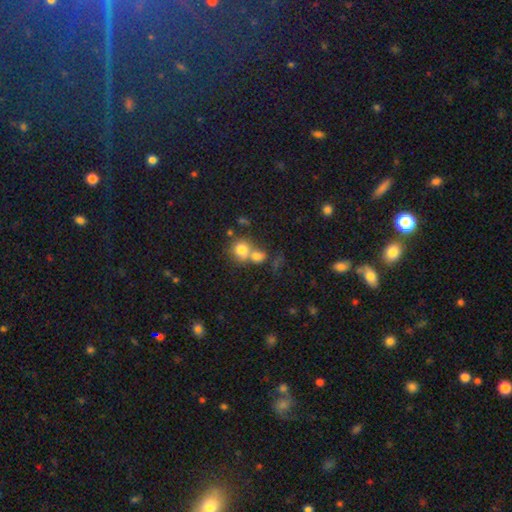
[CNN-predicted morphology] This is possibly a smooth galaxy (58%). How rounded: clearly round (86%). Merging: possibly none (49%).